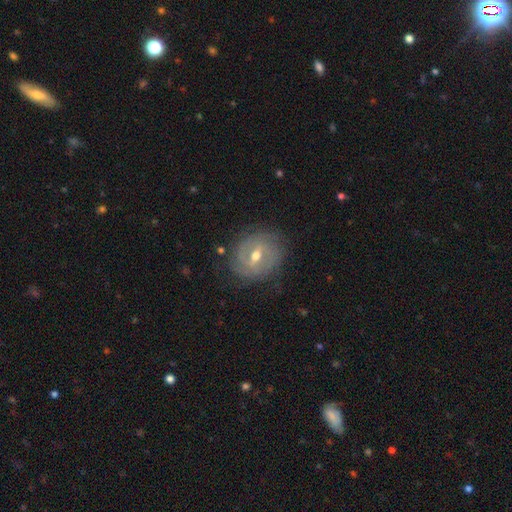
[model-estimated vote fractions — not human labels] The model was most divided on "spiral arm count": 2: 40%, can't tell: 36%, 3: 12%, 1: 5%, 4: 4%, more than 4: 3%. More confident: edge-on disk — no (95%); spiral arms — yes (82%); merging — none (77%); smooth or featured — featured or disk (77%); bulge size — moderate (66%); spiral winding — tight (61%); bar — weak (52%).